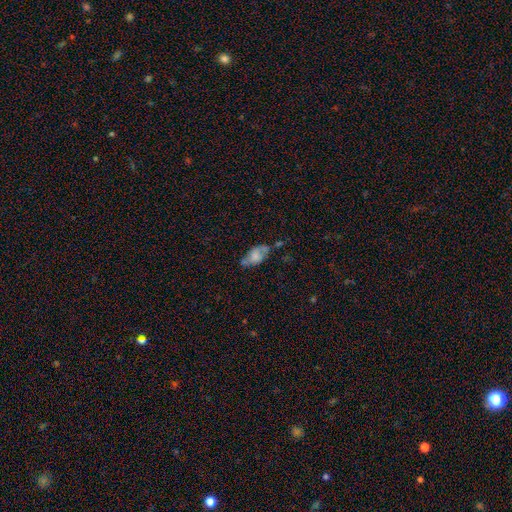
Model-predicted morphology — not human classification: This is possibly a smooth galaxy (54%). How rounded: clearly in between (90%). Merging: marginally none (44%).